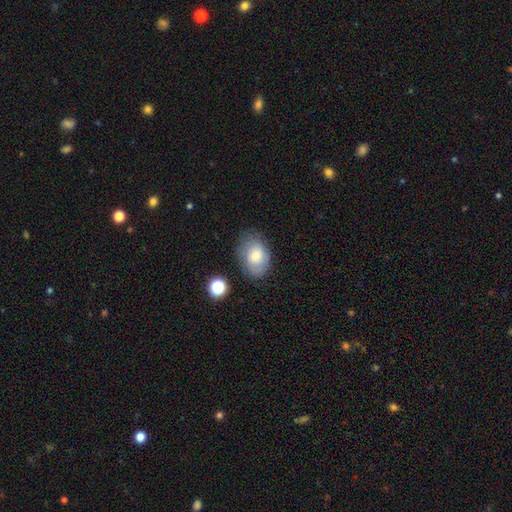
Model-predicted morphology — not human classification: The model was most divided on "merging": none: 68%, minor disturbance: 22%, major disturbance: 7%, merger: 3%. More confident: how rounded — in between (81%); smooth or featured — smooth (76%).